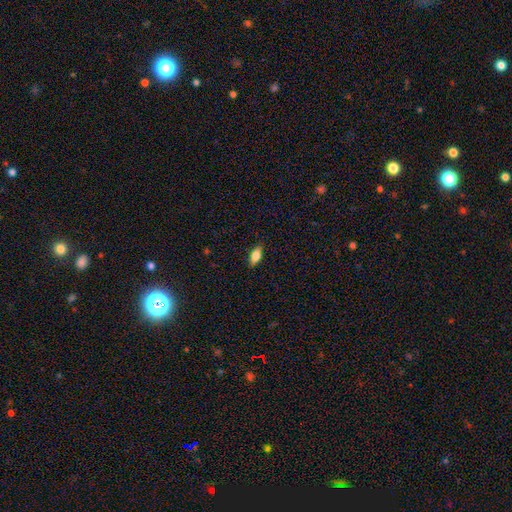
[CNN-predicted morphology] Smooth or featured: smooth — 77% (featured or disk — 16%)
How rounded: in between — 84% (cigar-shaped — 13%)
Merging: none — 87% (minor disturbance — 10%)